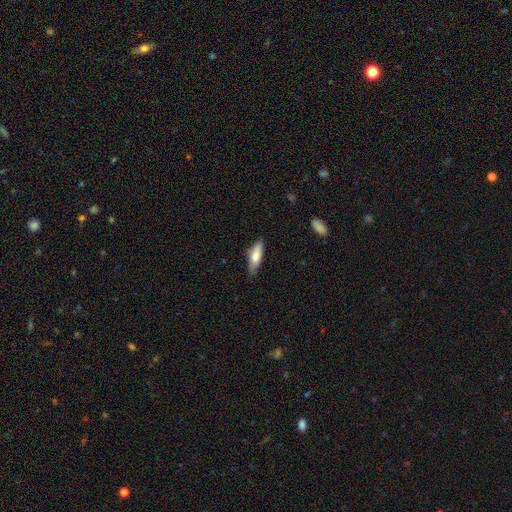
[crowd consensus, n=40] A smooth galaxy with no disk features (75%) that is cigar-shaped (60%).

Vote fractions:
- Smooth or featured? smooth: 75% / featured or disk: 22% / star or artifact: 2%
- How rounded? cigar-shaped: 60% / in between: 40% / round: 0%
- Merging? none: 74% / minor disturbance: 23% / major disturbance: 3% / merger: 0%